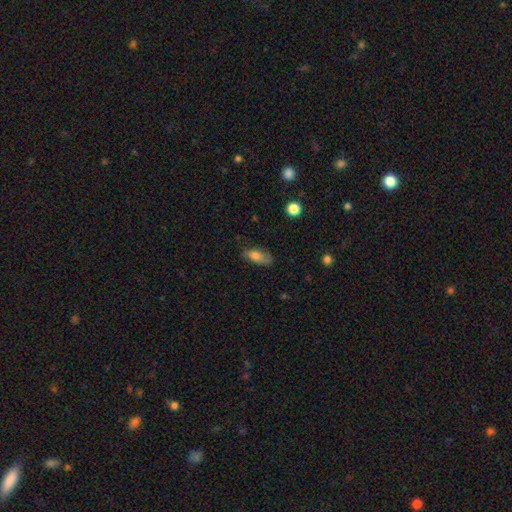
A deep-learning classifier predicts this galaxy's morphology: This appears to be a smooth galaxy with no disk features (77%) that is in between round and cigar-shaped (78%). Merging: none (72%).